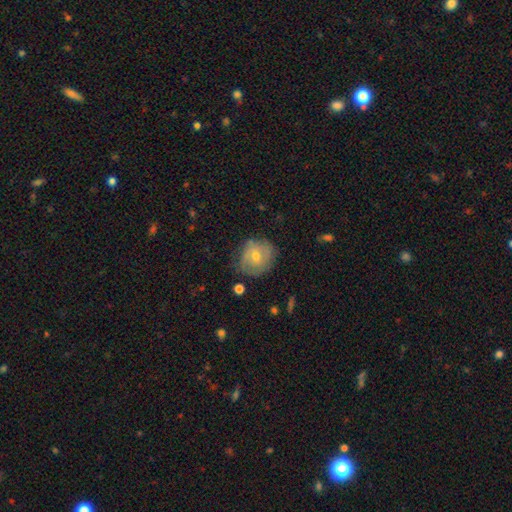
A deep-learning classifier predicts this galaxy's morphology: Smooth or featured?
  - smooth: 46% *
  - featured or disk: 45%
  - star or artifact: 9%
Merging?
  - none: 69% *
  - minor disturbance: 23%
  - major disturbance: 6%
  - merger: 2%